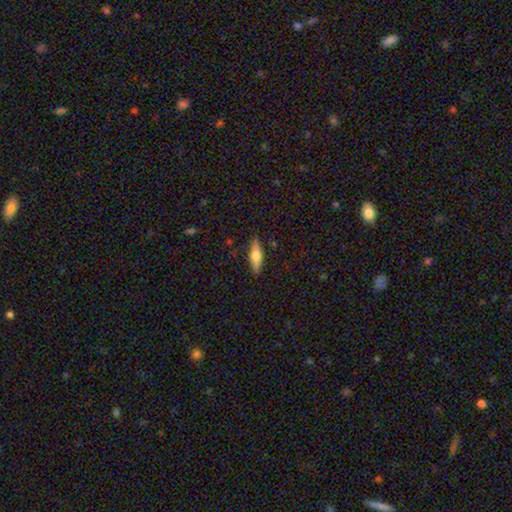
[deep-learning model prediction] smooth_or_featured: smooth (p=0.57) [alt: featured or disk p=0.36]
how_rounded: cigar-shaped (p=0.58) [alt: in between p=0.39]
merging: none (p=0.87) [alt: minor disturbance p=0.10]